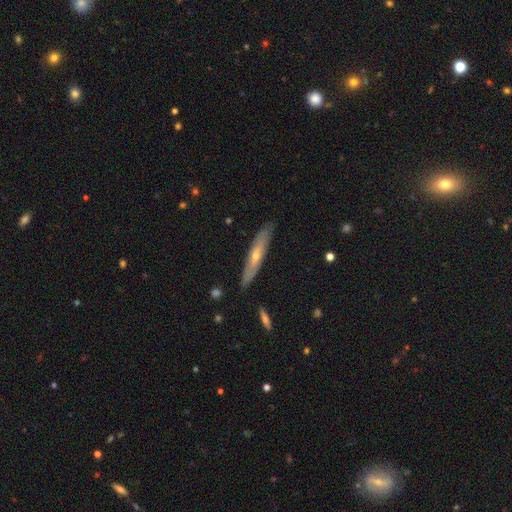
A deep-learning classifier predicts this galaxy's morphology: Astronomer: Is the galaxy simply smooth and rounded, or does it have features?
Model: featured or disk — 60%.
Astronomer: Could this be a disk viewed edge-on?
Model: yes — 75%.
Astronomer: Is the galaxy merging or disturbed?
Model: none — 85%.